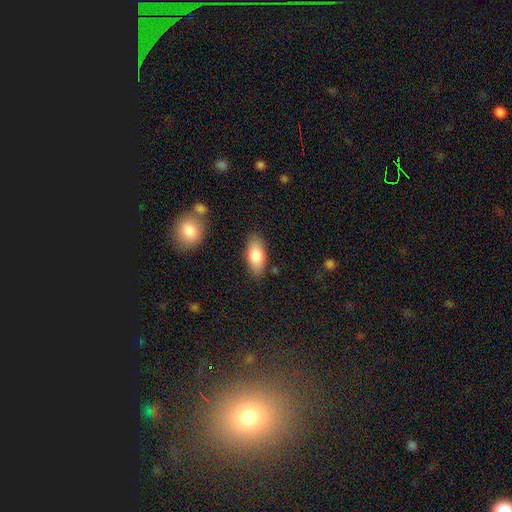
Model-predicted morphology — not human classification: A smooth galaxy with no disk features (80%) that is in between round and cigar-shaped (87%). Merging: none (83%).